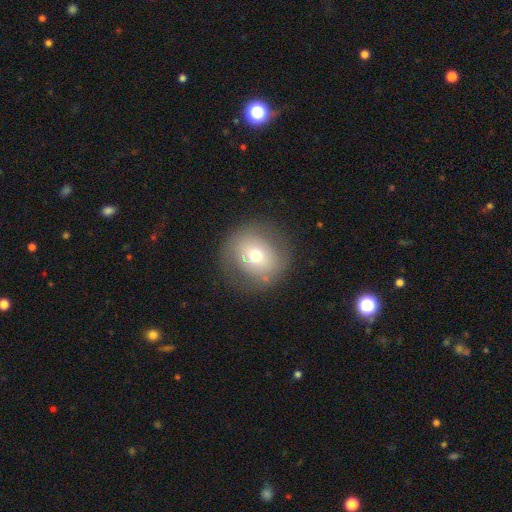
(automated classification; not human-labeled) This is likely a smooth galaxy (61%). How rounded: clearly round (85%). Merging: likely none (75%).